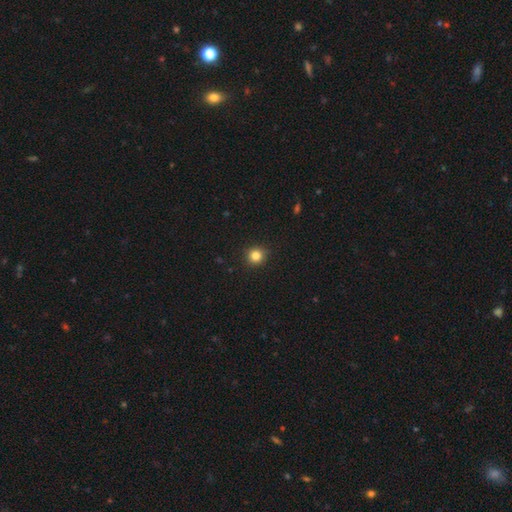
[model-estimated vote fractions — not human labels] Smooth or featured? Predicted: smooth (p=0.83). How rounded? Predicted: round (p=0.93). Merging? Predicted: none (p=0.92).